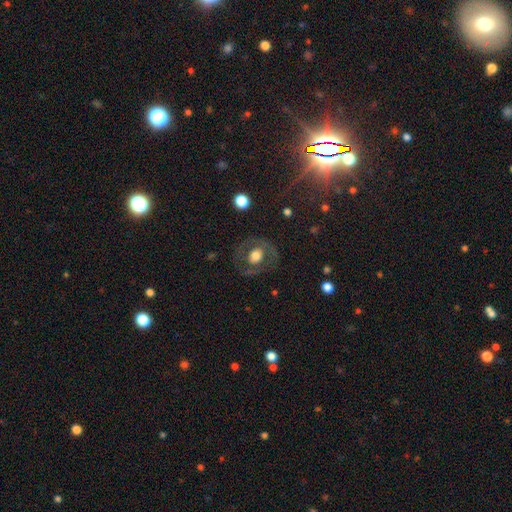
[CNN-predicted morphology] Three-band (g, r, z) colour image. It shows a smooth galaxy with no disk features (47%). Merging: none (76%).